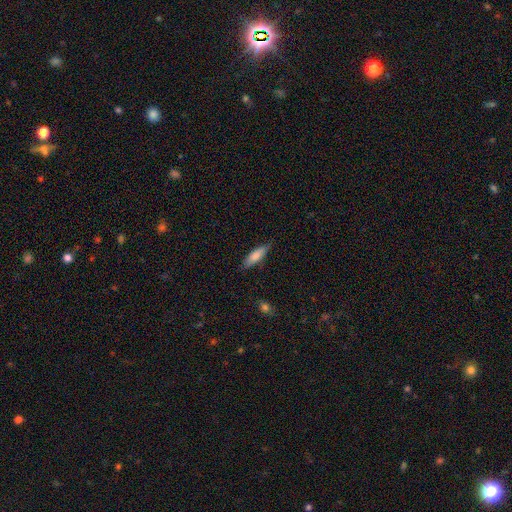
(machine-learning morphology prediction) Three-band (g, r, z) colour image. It shows a smooth galaxy with no disk features (78%) that is cigar-shaped (63%). Merging: none (82%).